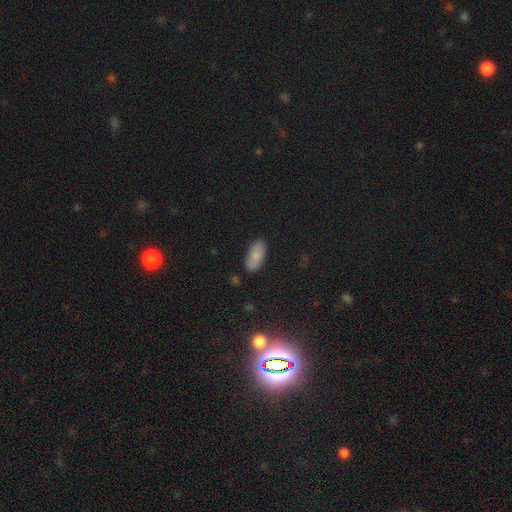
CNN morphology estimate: smooth-or-featured: smooth: 82% | featured or disk: 10% | star or artifact: 8%
  how-rounded: in between: 92% | cigar-shaped: 6% | round: 2%
  merging: none: 84% | minor disturbance: 12% | major disturbance: 3% | merger: 1%